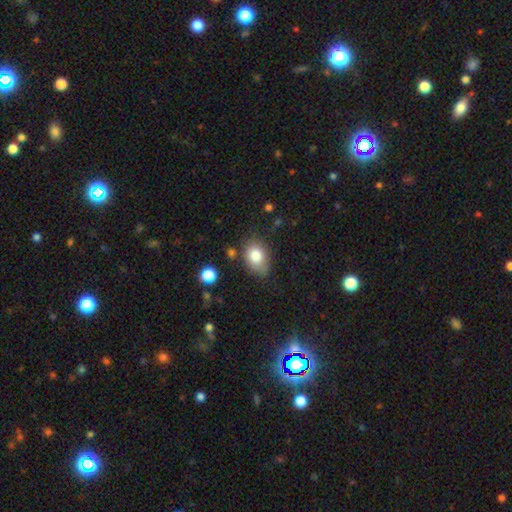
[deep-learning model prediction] A smooth galaxy with no disk features (81%) that is in between round and cigar-shaped (78%). Merging: none (66%).